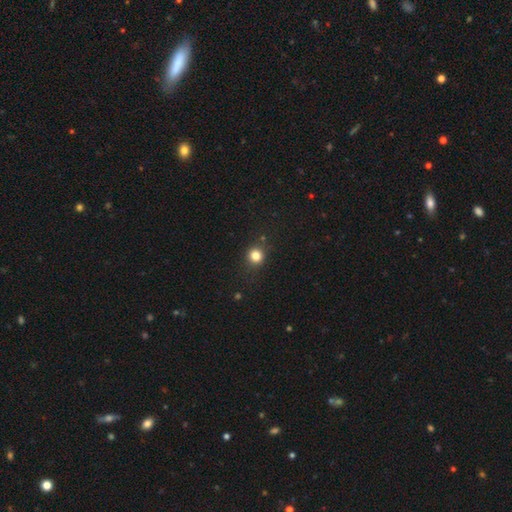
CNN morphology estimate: smooth_or_featured: smooth (p=0.82) [alt: star or artifact p=0.13]
how_rounded: round (p=0.88) [alt: in between p=0.11]
merging: none (p=0.84) [alt: minor disturbance p=0.10]